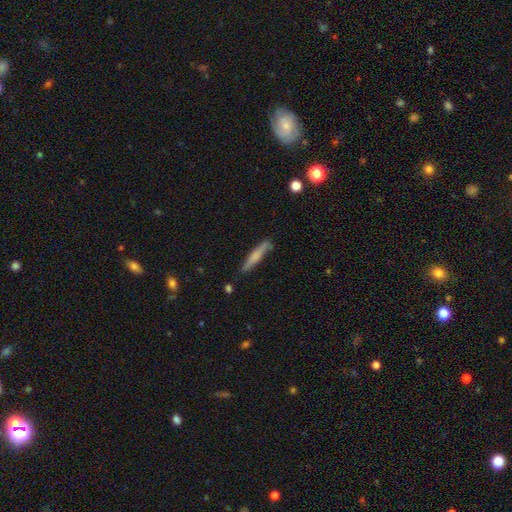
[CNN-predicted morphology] This appears to be a smooth galaxy with no disk features (62%) that is cigar-shaped (92%). Merging: none (79%).